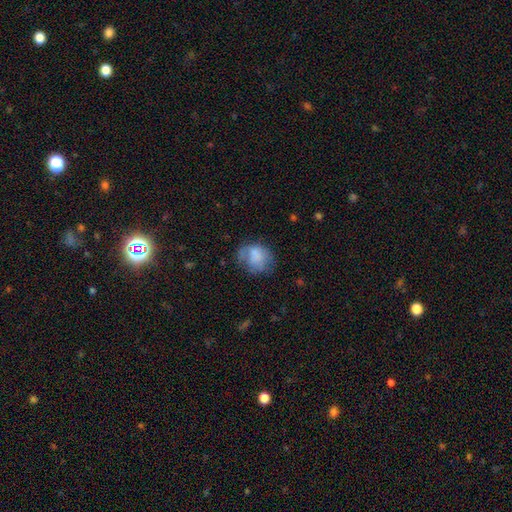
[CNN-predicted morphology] A smooth galaxy with no disk features (70%) that is round (57%).

Vote fractions:
- Smooth or featured? smooth: 70% / featured or disk: 21% / star or artifact: 9%
- How rounded? round: 57% / in between: 42% / cigar-shaped: 1%
- Merging? none: 45% / minor disturbance: 29% / major disturbance: 23% / merger: 3%